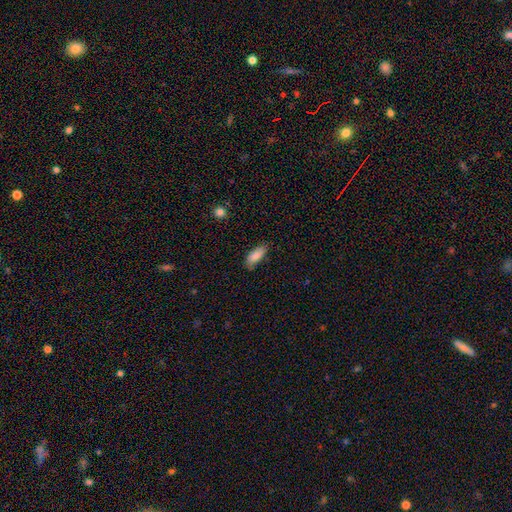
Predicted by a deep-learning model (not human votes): smooth-or-featured: smooth: 87% | featured or disk: 7% | star or artifact: 7%
  how-rounded: in between: 79% | cigar-shaped: 19% | round: 2%
  merging: none: 74% | minor disturbance: 21% | major disturbance: 4% | merger: 1%